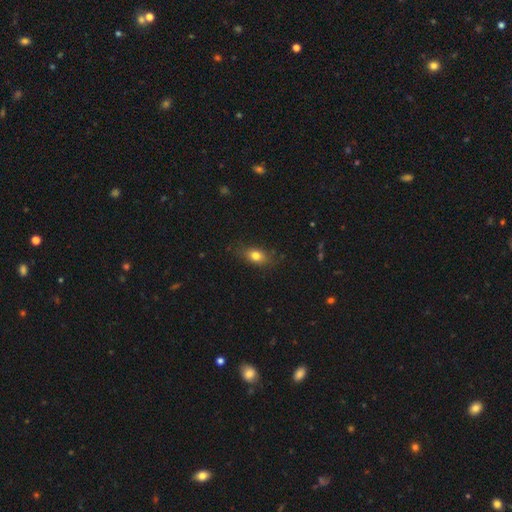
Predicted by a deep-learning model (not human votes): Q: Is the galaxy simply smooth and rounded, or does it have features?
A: smooth — 77%.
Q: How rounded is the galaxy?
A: in between — 74%.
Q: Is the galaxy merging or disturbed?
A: none — 77%.